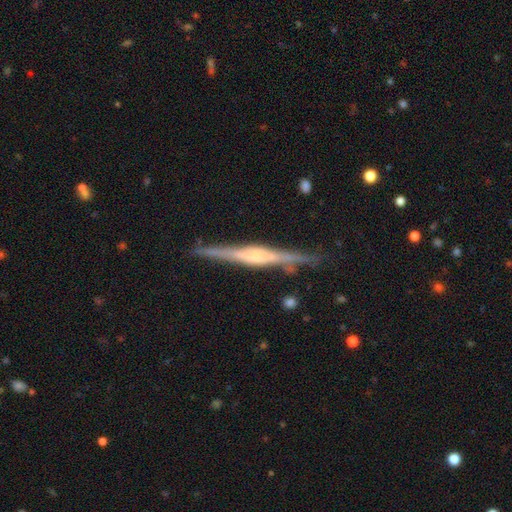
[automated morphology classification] A featured or disk galaxy (80%) viewed edge-on (98%) with a rounded central bulge (56%).

Vote fractions:
- Smooth or featured? featured or disk: 80% / smooth: 15% / star or artifact: 6%
- Edge-on disk? yes: 98% / no: 2%
- Edge-on bulge? rounded: 56% / boxy: 33% / none: 12%
- Merging? none: 85% / minor disturbance: 11% / merger: 2% / major disturbance: 2%